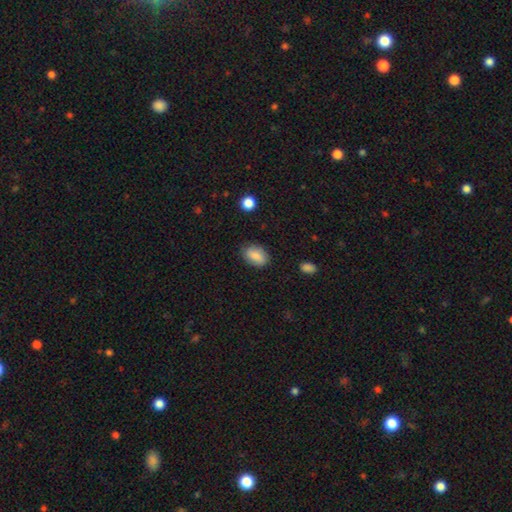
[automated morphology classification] Q: Smooth or featured?
A: smooth (85%); runner-up: featured or disk (8%)
Q: How rounded?
A: in between (87%); runner-up: round (11%)
Q: Merging?
A: none (81%); runner-up: minor disturbance (14%)